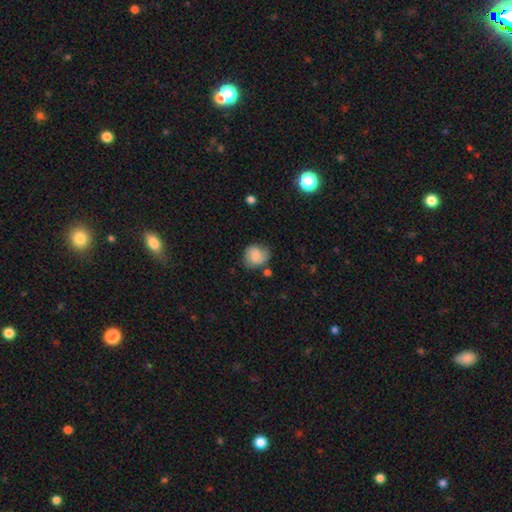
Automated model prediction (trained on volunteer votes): smooth_or_featured: smooth (p=0.71) [alt: featured or disk p=0.20]
how_rounded: round (p=0.73) [alt: in between p=0.26]
merging: none (p=0.58) [alt: minor disturbance p=0.28]